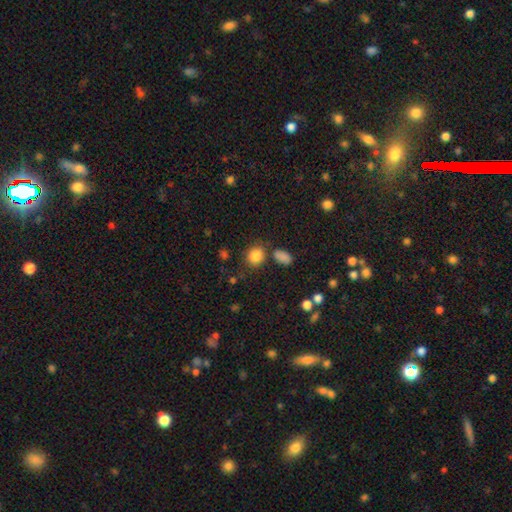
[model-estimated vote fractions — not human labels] Overall: smooth (84%). How rounded: round (64%; in between 35%). Merging: none (73%).